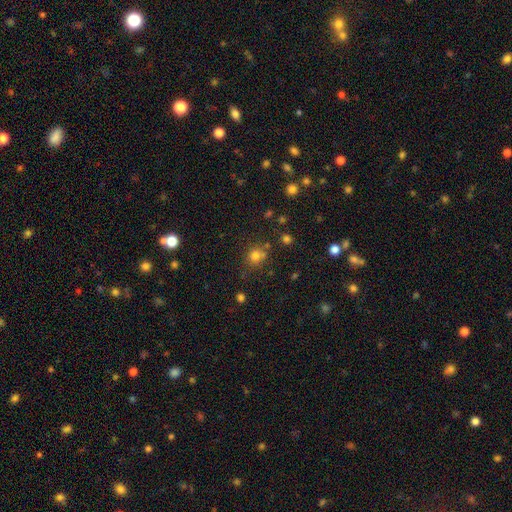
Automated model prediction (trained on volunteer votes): smooth_or_featured: smooth (p=0.74) [alt: star or artifact p=0.18]
how_rounded: round (p=0.82) [alt: in between p=0.17]
merging: none (p=0.64) [alt: merger p=0.17]